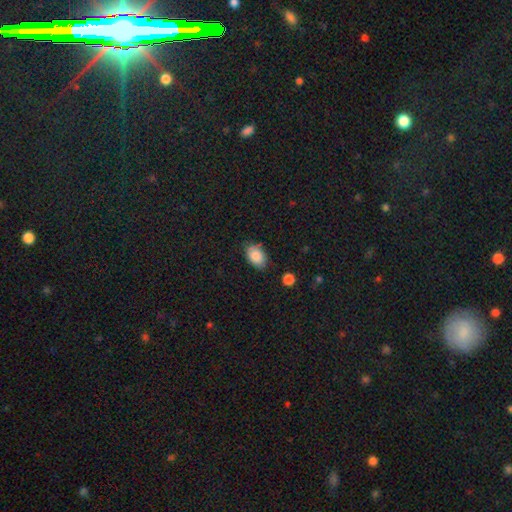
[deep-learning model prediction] Smooth or featured? smooth (86%)
How rounded? in between (87%)
Merging? none (75%)